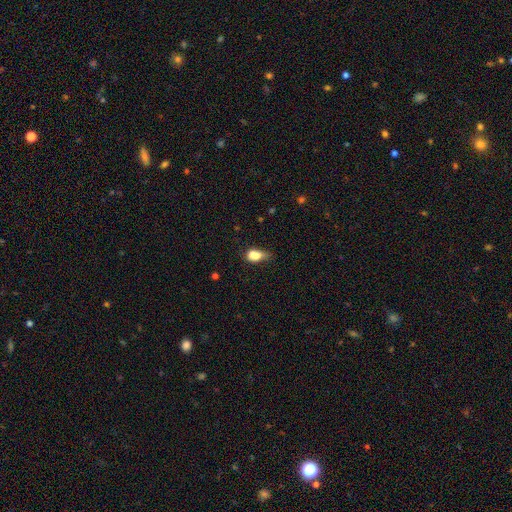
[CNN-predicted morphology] Q: Smooth or featured?
A: smooth (77%); runner-up: featured or disk (12%)
Q: How rounded?
A: in between (78%); runner-up: round (17%)
Q: Merging?
A: minor disturbance (37%); runner-up: none (28%)